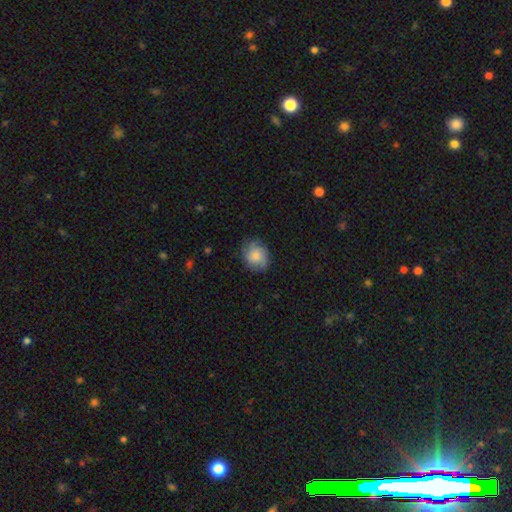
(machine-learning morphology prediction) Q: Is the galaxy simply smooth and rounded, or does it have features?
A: smooth — 70%.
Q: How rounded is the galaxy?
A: round — 64%.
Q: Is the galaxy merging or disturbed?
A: none — 77%.